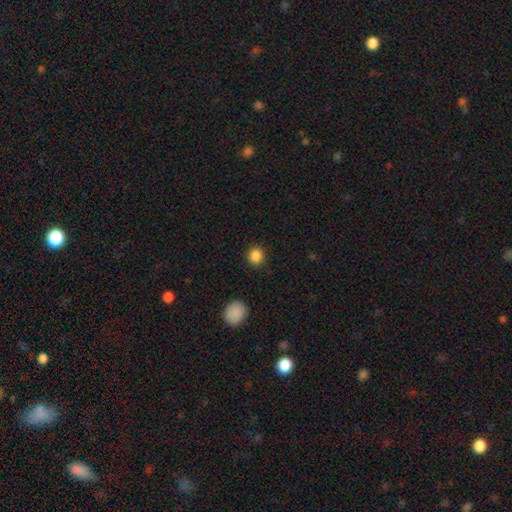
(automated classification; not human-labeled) This is clearly a smooth galaxy (86%). How rounded: clearly round (89%). Merging: clearly none (91%).